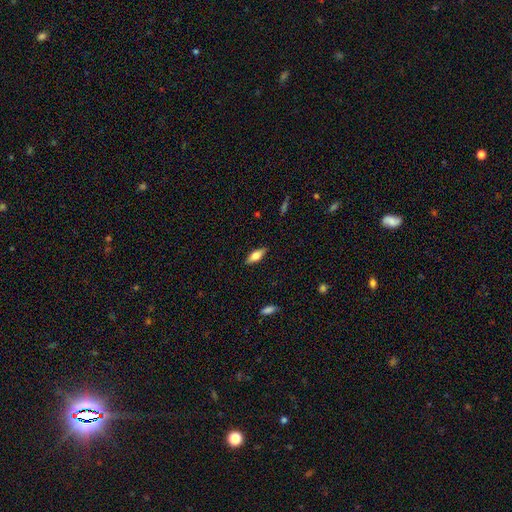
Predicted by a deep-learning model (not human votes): smooth-or-featured: smooth: 59% | featured or disk: 35% | star or artifact: 7%
  how-rounded: in between: 65% | cigar-shaped: 32% | round: 3%
  merging: none: 88% | minor disturbance: 9% | major disturbance: 2% | merger: 1%